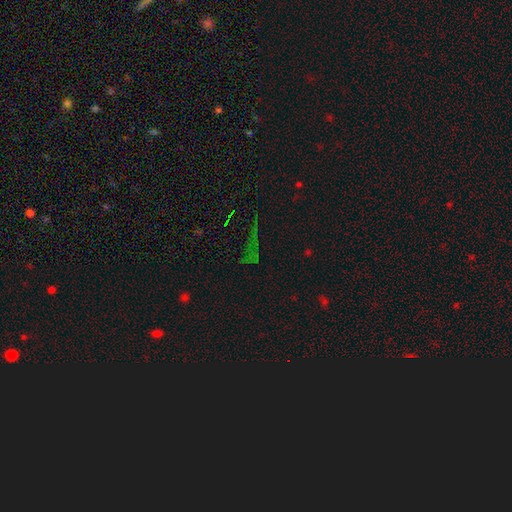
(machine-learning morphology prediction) smooth-or-featured: star or artifact: 72% | smooth: 16% | featured or disk: 11%